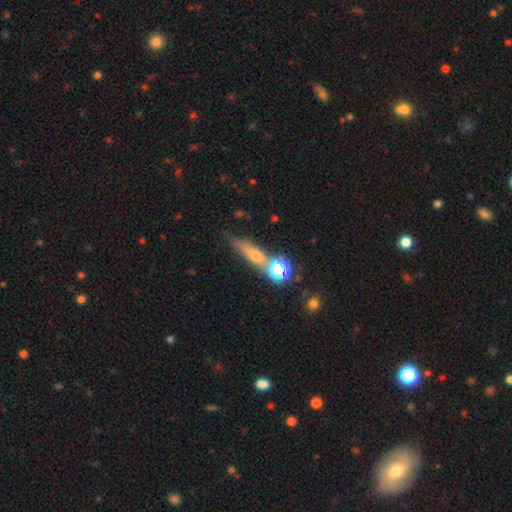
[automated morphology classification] This appears to be a smooth galaxy with no disk features (46%). Merging: none (59%).